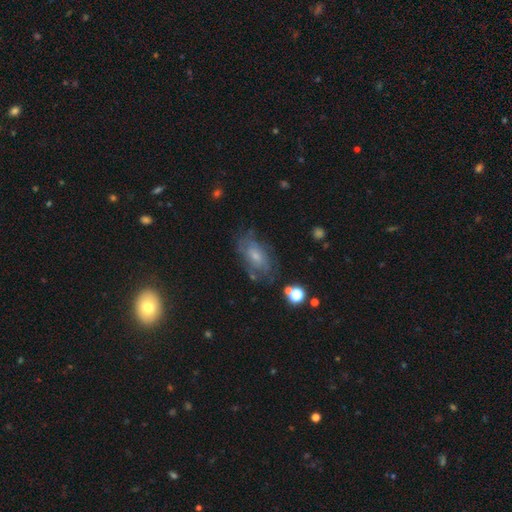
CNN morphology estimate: Overall: featured or disk (48%; smooth 41%). Merging: none (62%; minor disturbance 23%).